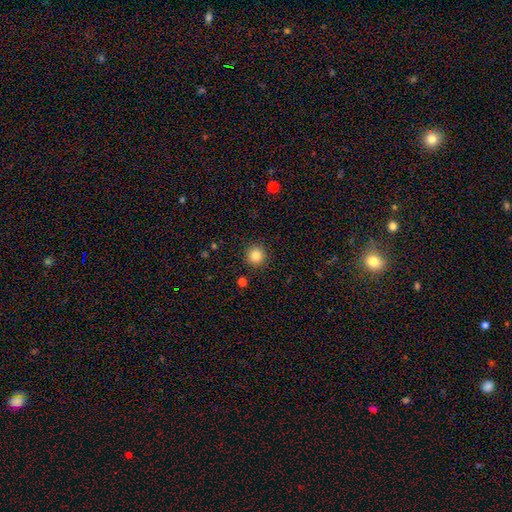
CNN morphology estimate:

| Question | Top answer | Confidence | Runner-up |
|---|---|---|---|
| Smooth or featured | smooth | 84% | star or artifact (11%) |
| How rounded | round | 95% | in between (4%) |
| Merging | none | 91% | minor disturbance (6%) |